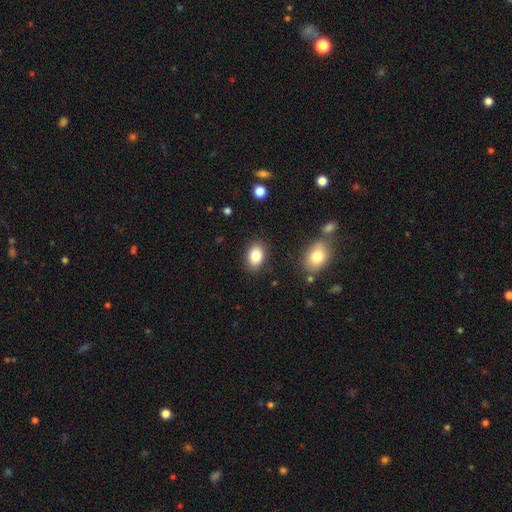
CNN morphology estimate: smooth_or_featured: smooth (p=0.83) [alt: featured or disk p=0.09]
how_rounded: in between (p=0.83) [alt: round p=0.16]
merging: none (p=0.85) [alt: minor disturbance p=0.10]